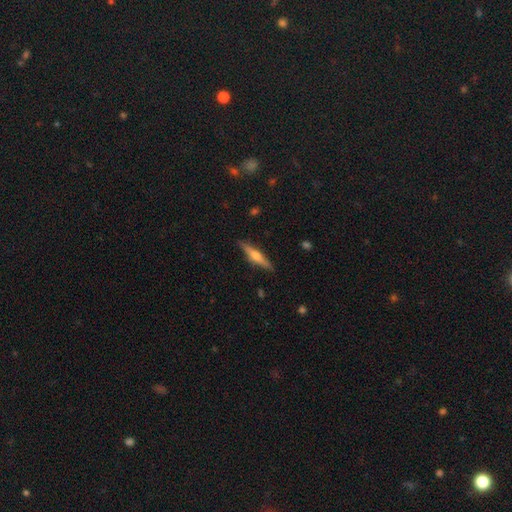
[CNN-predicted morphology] A featured or disk galaxy (66%) viewed edge-on (97%) with a rounded central bulge (93%).

Vote fractions:
- Smooth or featured? featured or disk: 66% / smooth: 28% / star or artifact: 6%
- Edge-on disk? yes: 97% / no: 3%
- Edge-on bulge? rounded: 93% / boxy: 4% / none: 3%
- Merging? none: 89% / minor disturbance: 8% / major disturbance: 2% / merger: 1%